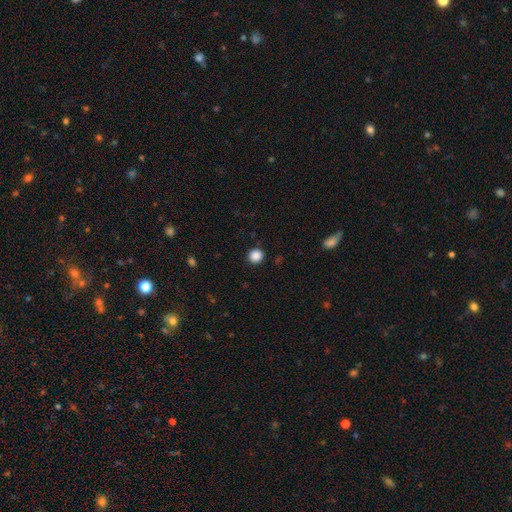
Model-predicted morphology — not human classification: A smooth galaxy with no disk features (87%) that is round (93%).

Vote fractions:
- Smooth or featured? smooth: 87% / star or artifact: 10% / featured or disk: 2%
- How rounded? round: 93% / in between: 6% / cigar-shaped: 1%
- Merging? none: 92% / minor disturbance: 5% / major disturbance: 2% / merger: 1%